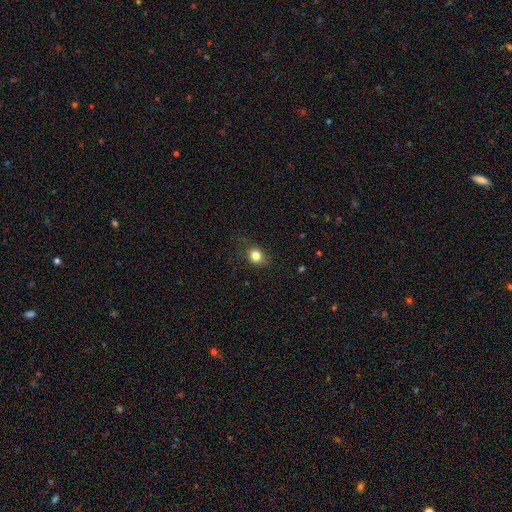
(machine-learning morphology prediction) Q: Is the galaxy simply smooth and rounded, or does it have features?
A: smooth — 82%.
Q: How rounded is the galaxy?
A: round — 68%.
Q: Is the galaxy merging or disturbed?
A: none — 73%.